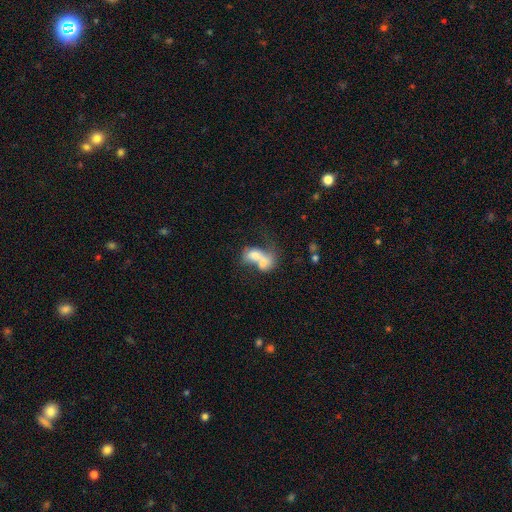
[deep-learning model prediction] Q: Smooth or featured?
A: smooth (56%); runner-up: featured or disk (35%)
Q: How rounded?
A: in between (72%); runner-up: round (25%)
Q: Merging?
A: merger (77%); runner-up: none (9%)